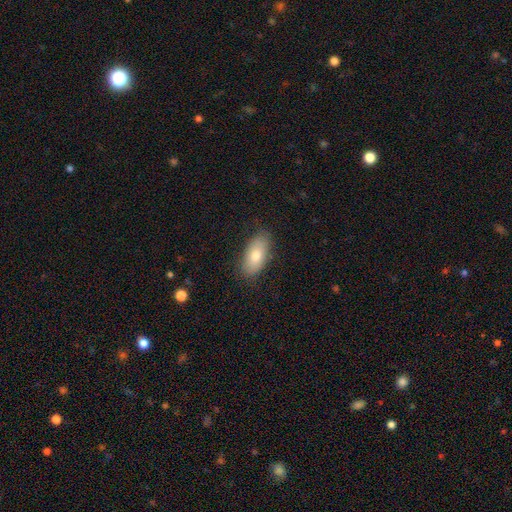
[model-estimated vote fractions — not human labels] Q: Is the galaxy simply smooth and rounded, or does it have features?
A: smooth — 75%.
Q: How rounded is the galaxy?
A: in between — 90%.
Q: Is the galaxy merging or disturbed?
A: none — 84%.